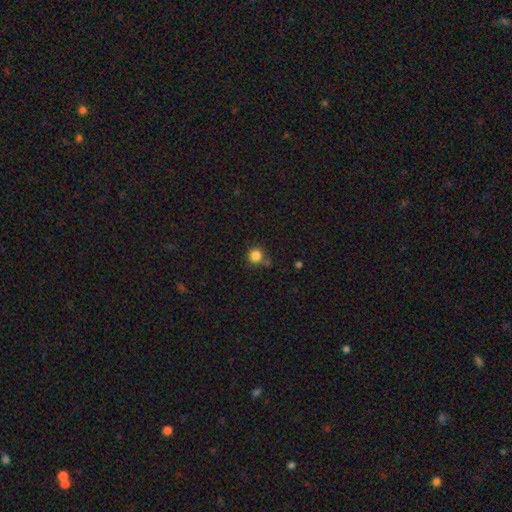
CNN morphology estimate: smooth_or_featured: smooth (p=0.84) [alt: star or artifact p=0.12]
how_rounded: round (p=0.94) [alt: in between p=0.05]
merging: none (p=0.78) [alt: minor disturbance p=0.11]